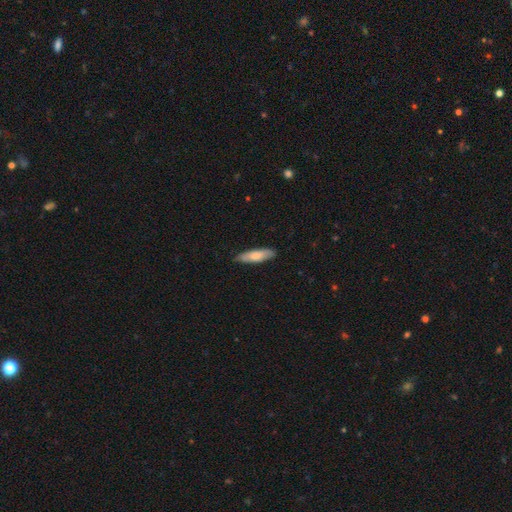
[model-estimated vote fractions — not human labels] This is likely a smooth galaxy (73%). How rounded: likely cigar-shaped (62%). Merging: clearly none (84%).